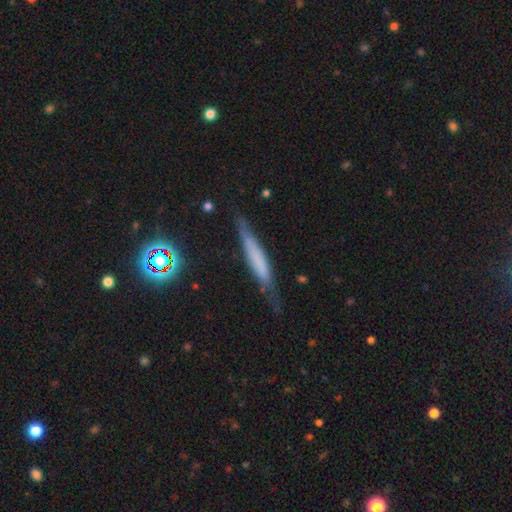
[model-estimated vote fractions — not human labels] Morphology: type=smooth (51%); roundness=cigar-shaped (91%); merging=none (66%).